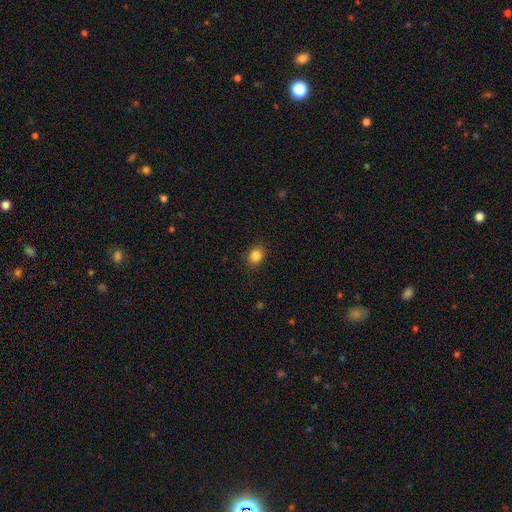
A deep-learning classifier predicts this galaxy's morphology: type=smooth (85%); roundness=round (61%); merging=none (87%).